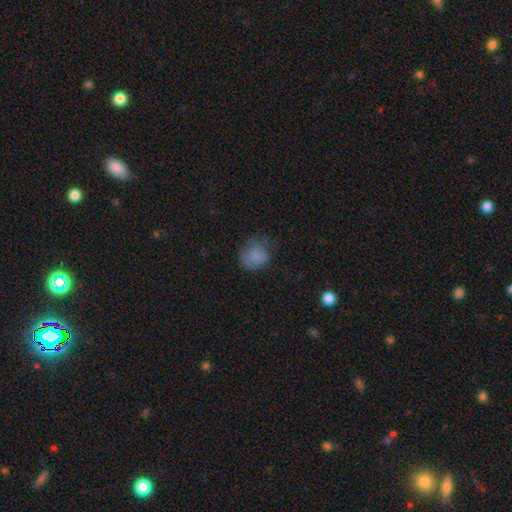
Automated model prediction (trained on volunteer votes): Smooth or featured? smooth (80%)
How rounded? round (70%)
Merging? none (53%)